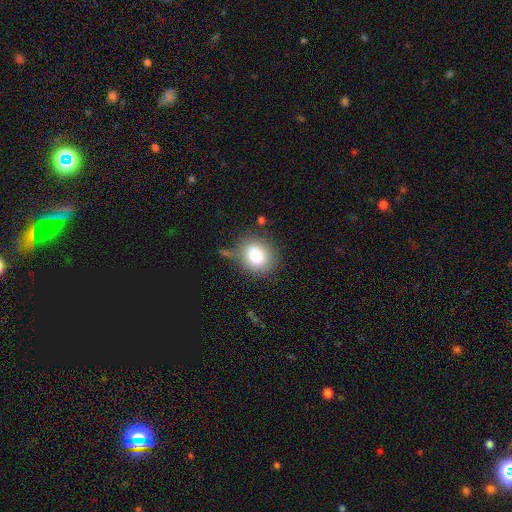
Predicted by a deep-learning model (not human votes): A smooth galaxy with no disk features (84%) that is round (60%).

Vote fractions:
- Smooth or featured? smooth: 84% / star or artifact: 9% / featured or disk: 8%
- How rounded? round: 60% / in between: 39% / cigar-shaped: 1%
- Merging? none: 72% / minor disturbance: 17% / major disturbance: 7% / merger: 4%